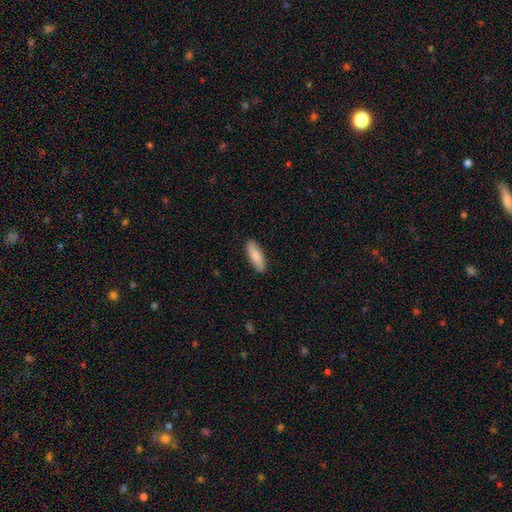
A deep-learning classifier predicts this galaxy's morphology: Q: Smooth or featured?
A: smooth (85%); runner-up: featured or disk (10%)
Q: How rounded?
A: in between (54%); runner-up: cigar-shaped (44%)
Q: Merging?
A: none (88%); runner-up: minor disturbance (9%)